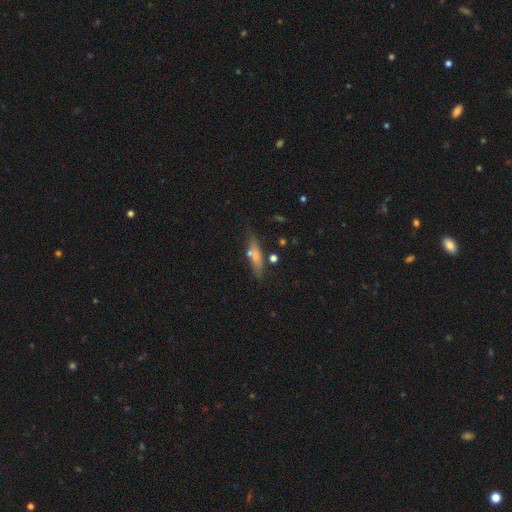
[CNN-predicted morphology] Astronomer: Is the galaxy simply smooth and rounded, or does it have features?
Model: smooth — 47% (runner-up: featured or disk, 42%).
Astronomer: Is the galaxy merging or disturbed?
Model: none — 73%.